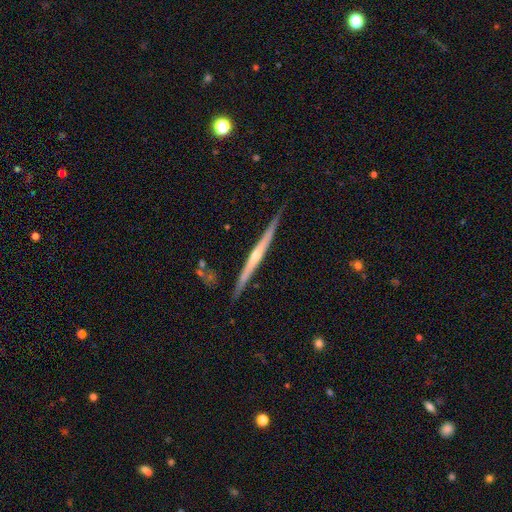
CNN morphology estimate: This appears to be a featured or disk galaxy (73%) viewed edge-on (97%) with a rounded central bulge (52%). Merging: none (82%).